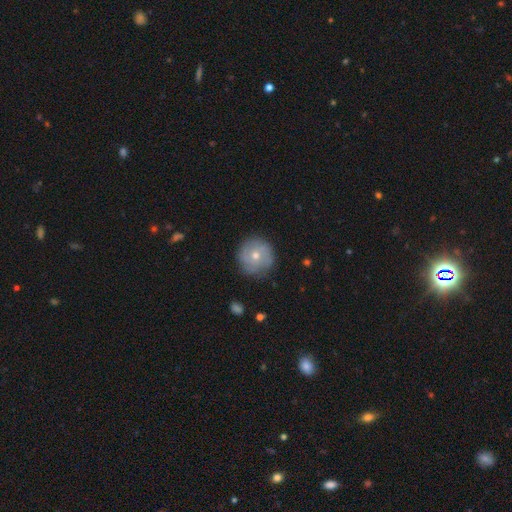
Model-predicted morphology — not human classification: Smooth or featured: smooth — 47% (featured or disk — 46%)
Merging: none — 78% (minor disturbance — 16%)